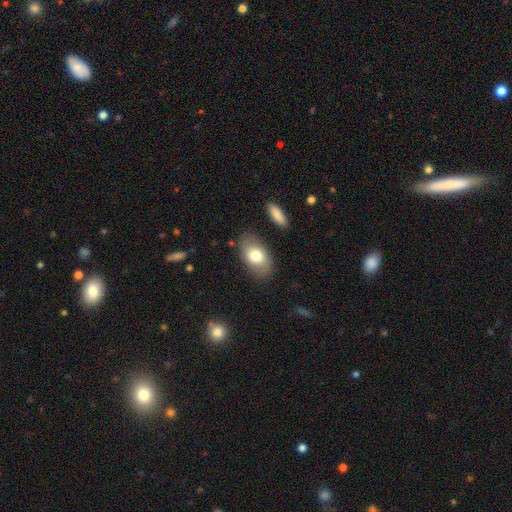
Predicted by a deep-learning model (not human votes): Smooth or featured?
  - smooth: 75% *
  - featured or disk: 18%
  - star or artifact: 7%
How rounded?
  - in between: 90% *
  - round: 9%
  - cigar-shaped: 2%
Merging?
  - none: 80% *
  - minor disturbance: 13%
  - major disturbance: 4%
  - merger: 3%